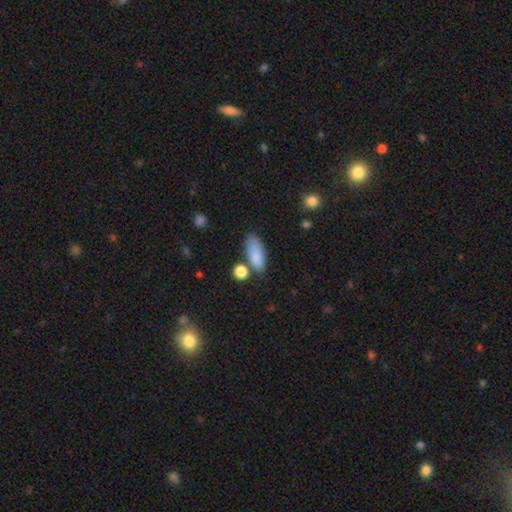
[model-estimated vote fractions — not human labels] A smooth galaxy with no disk features (85%) that is in between round and cigar-shaped (79%).

Vote fractions:
- Smooth or featured? smooth: 85% / featured or disk: 7% / star or artifact: 7%
- How rounded? in between: 79% / cigar-shaped: 17% / round: 5%
- Merging? none: 63% / minor disturbance: 20% / merger: 10% / major disturbance: 6%